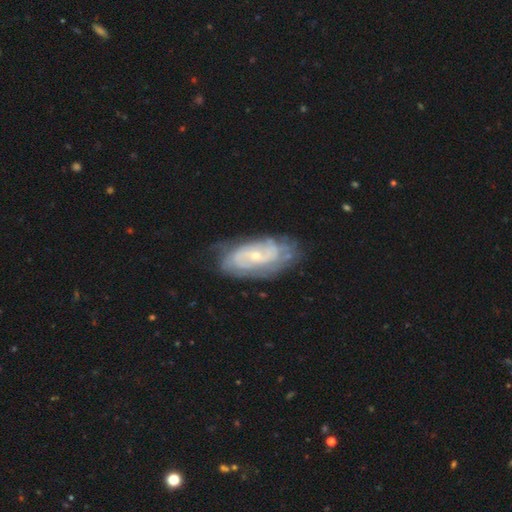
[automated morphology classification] Smooth or featured?
  - featured or disk: 80% *
  - smooth: 14%
  - star or artifact: 6%
Edge-on disk?
  - no: 94% *
  - yes: 6%
Bar?
  - no: 63% *
  - weak: 29%
  - strong: 7%
Spiral arms?
  - yes: 90% *
  - no: 10%
Spiral winding?
  - tight: 61% *
  - medium: 30%
  - loose: 9%
Spiral arm count?
  - can't tell: 41% *
  - 2: 35%
  - 3: 10%
  - 4: 6%
  - 1: 4%
  - more than 4: 4%
Bulge size?
  - small: 68% *
  - moderate: 29%
  - none: 1%
  - large: 1%
  - dominant: 1%
Merging?
  - none: 72% *
  - minor disturbance: 20%
  - major disturbance: 6%
  - merger: 2%